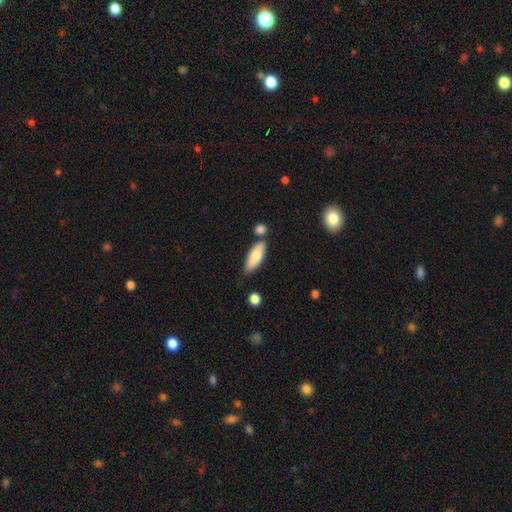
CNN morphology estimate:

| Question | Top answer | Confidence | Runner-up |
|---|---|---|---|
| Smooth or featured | smooth | 76% | featured or disk (18%) |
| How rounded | in between | 61% | cigar-shaped (37%) |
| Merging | none | 65% | minor disturbance (18%) |